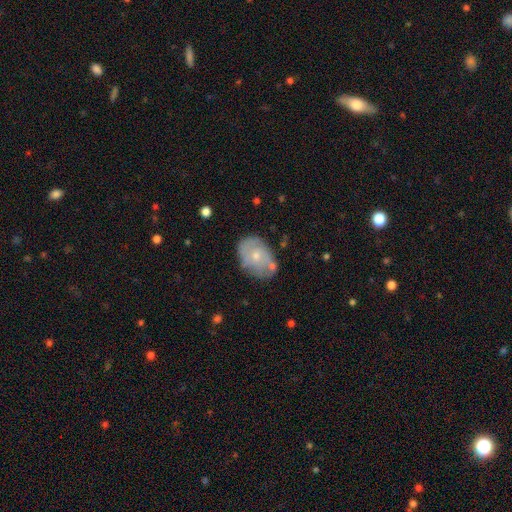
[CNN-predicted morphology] smooth-or-featured: featured or disk: 49% | smooth: 45% | star or artifact: 7%
  merging: none: 63% | minor disturbance: 23% | merger: 8% | major disturbance: 6%